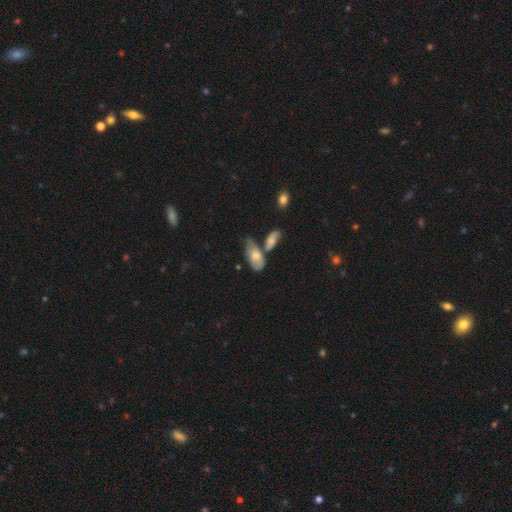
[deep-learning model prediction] The model was most divided on "merging": merger: 35%, none: 28%, minor disturbance: 23%, major disturbance: 14%. More confident: how rounded — in between (88%); smooth or featured — smooth (61%).